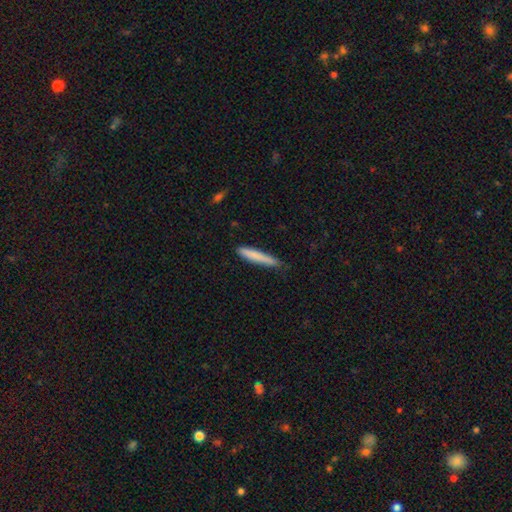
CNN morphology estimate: The model was most divided on "merging": none: 80%, minor disturbance: 17%, major disturbance: 2%, merger: 1%. More confident: how rounded — cigar-shaped (94%); smooth or featured — smooth (80%).